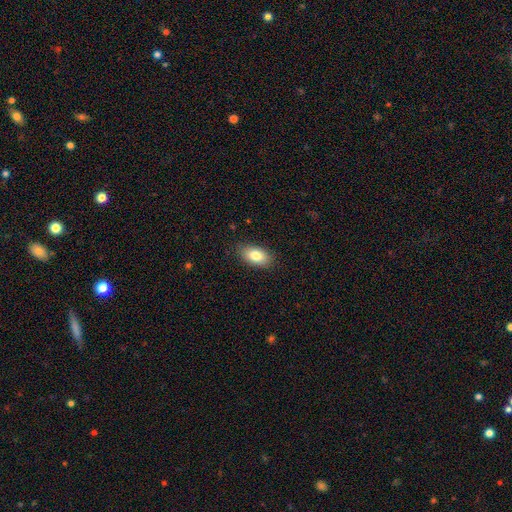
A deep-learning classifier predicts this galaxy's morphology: Overall: smooth (82%). How rounded: in between (92%). Merging: none (86%).